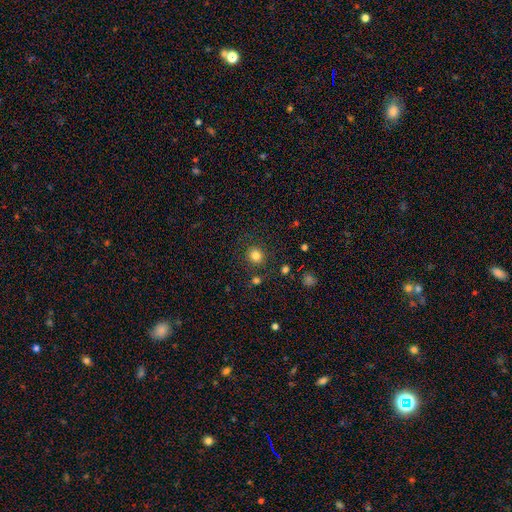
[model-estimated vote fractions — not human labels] Morphology: type=smooth (82%); roundness=round (90%); merging=none (85%).